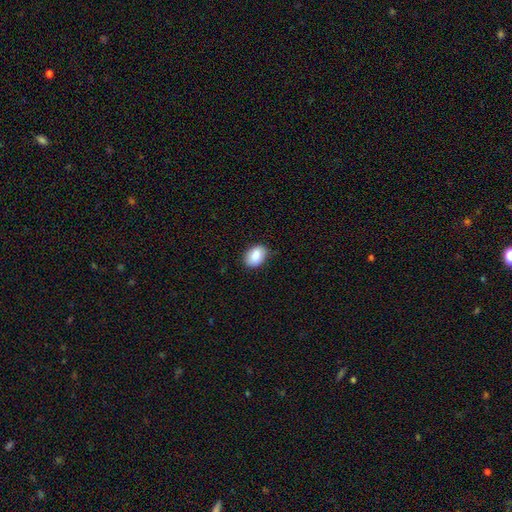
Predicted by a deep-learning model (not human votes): Smooth or featured? Predicted: smooth (p=0.84). How rounded? Predicted: in between (p=0.81). Merging? Predicted: none (p=0.81).